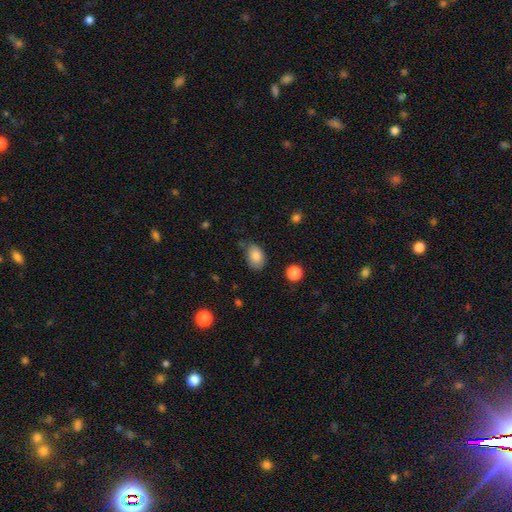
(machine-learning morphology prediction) Smooth or featured? smooth (84%)
How rounded? in between (80%)
Merging? none (68%)